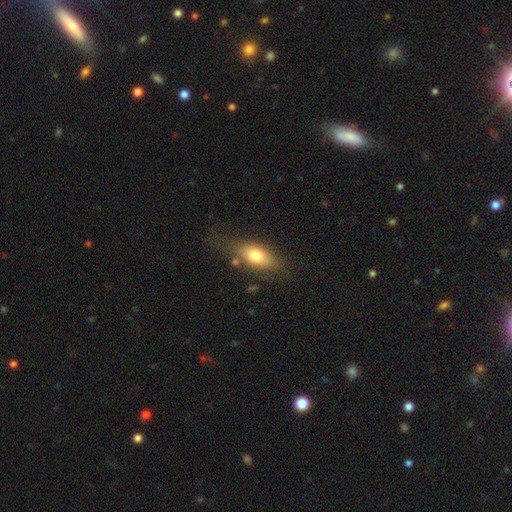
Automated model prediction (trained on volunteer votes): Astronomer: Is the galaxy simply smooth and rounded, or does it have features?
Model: smooth — 73%.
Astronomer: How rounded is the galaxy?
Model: in between — 83%.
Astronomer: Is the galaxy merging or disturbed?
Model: none — 68%.